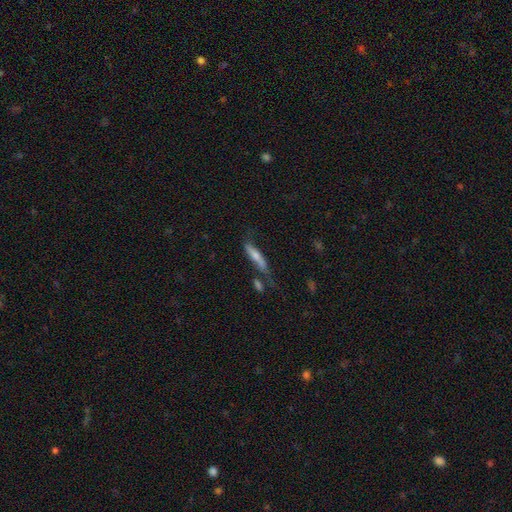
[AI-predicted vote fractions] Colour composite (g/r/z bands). It shows a featured or disk galaxy (50%) viewed edge-on (78%). Merging: none (54%).